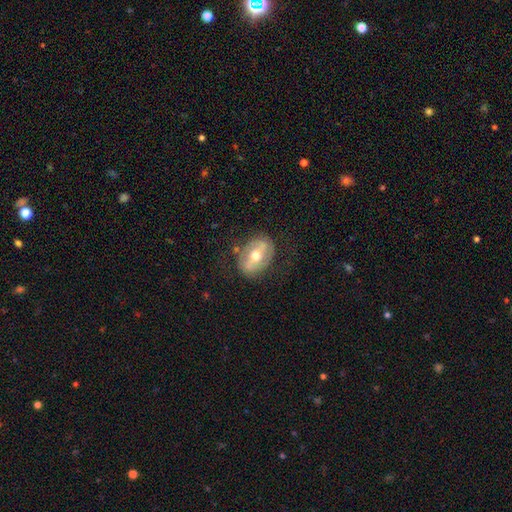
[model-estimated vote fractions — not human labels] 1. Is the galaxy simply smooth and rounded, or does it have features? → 65% featured or disk, 29% smooth, 7% star or artifact.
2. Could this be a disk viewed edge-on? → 91% no, 9% yes.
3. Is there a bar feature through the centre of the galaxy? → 48% strong, 31% weak, 21% no.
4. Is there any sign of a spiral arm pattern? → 52% no, 48% yes.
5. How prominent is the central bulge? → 75% moderate, 16% small, 7% large, 1% dominant, 1% none.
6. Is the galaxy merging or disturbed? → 74% none, 16% minor disturbance, 8% major disturbance, 2% merger.